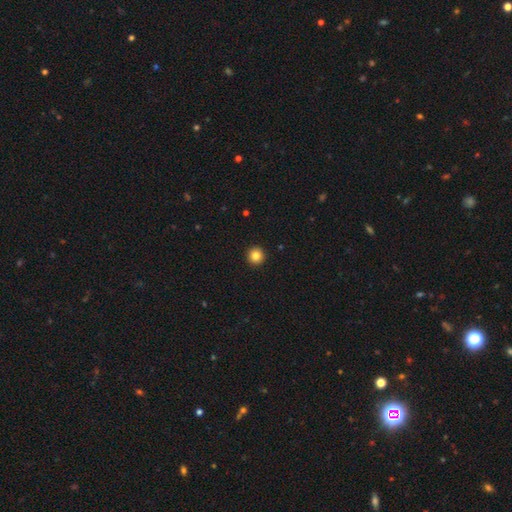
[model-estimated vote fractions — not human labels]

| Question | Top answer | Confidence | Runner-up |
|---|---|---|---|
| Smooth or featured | smooth | 84% | star or artifact (11%) |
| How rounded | round | 96% | in between (3%) |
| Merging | none | 94% | minor disturbance (4%) |